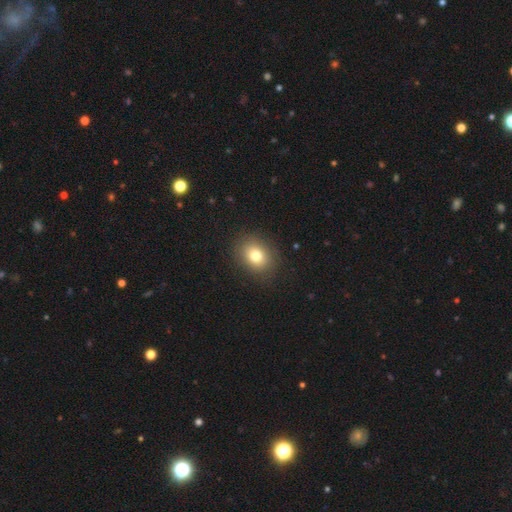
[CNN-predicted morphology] Overall: smooth (78%). How rounded: round (55%; in between 44%). Merging: none (88%).